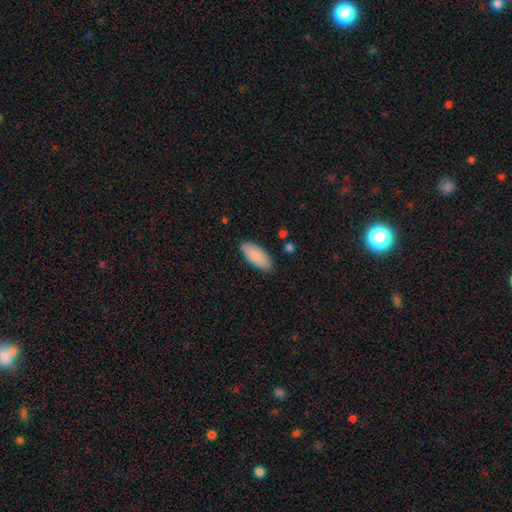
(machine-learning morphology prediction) type=smooth (88%); roundness=in between (87%); merging=none (85%).